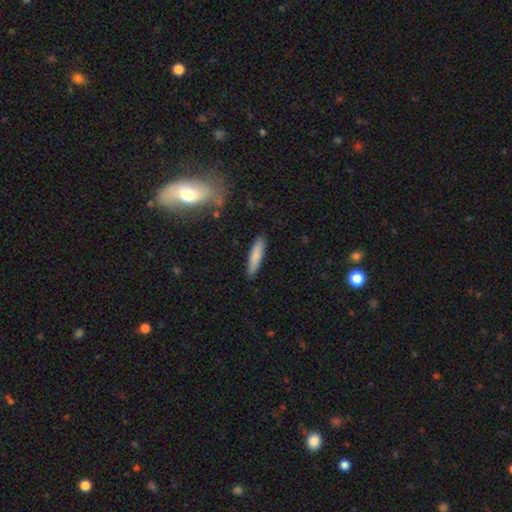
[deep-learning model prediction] Smooth or featured? Predicted: smooth (p=0.82). How rounded? Predicted: cigar-shaped (p=0.84). Merging? Predicted: none (p=0.88).